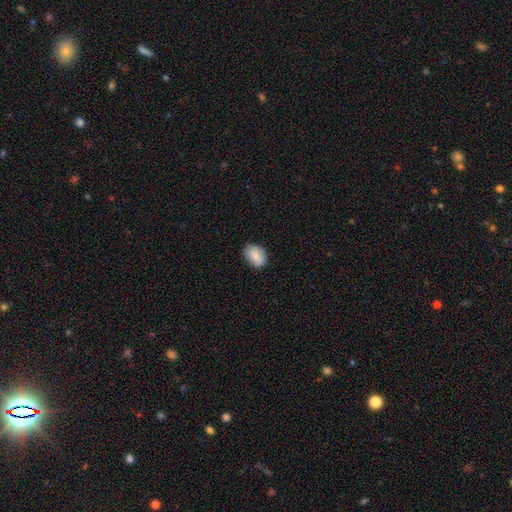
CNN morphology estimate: Q: Smooth or featured?
A: smooth (83%); runner-up: featured or disk (10%)
Q: How rounded?
A: in between (71%); runner-up: round (28%)
Q: Merging?
A: none (79%); runner-up: minor disturbance (17%)